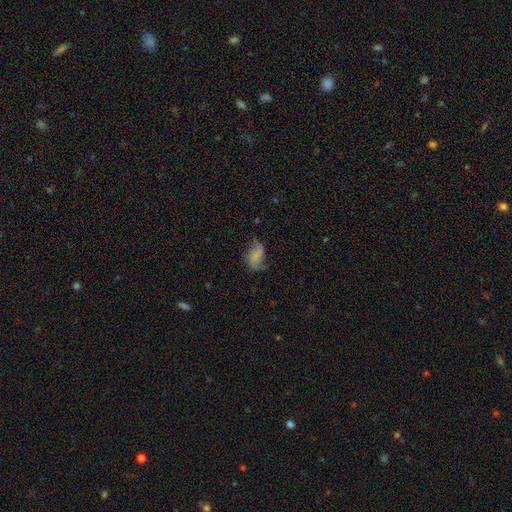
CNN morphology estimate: Q: Smooth or featured?
A: featured or disk (54%); runner-up: smooth (35%)
Q: Edge-on disk?
A: no (97%); runner-up: yes (3%)
Q: Bar?
A: no (60%); runner-up: weak (28%)
Q: Spiral arms?
A: yes (83%); runner-up: no (17%)
Q: Bulge size?
A: none (65%); runner-up: small (22%)
Q: Merging?
A: none (50%); runner-up: minor disturbance (26%)